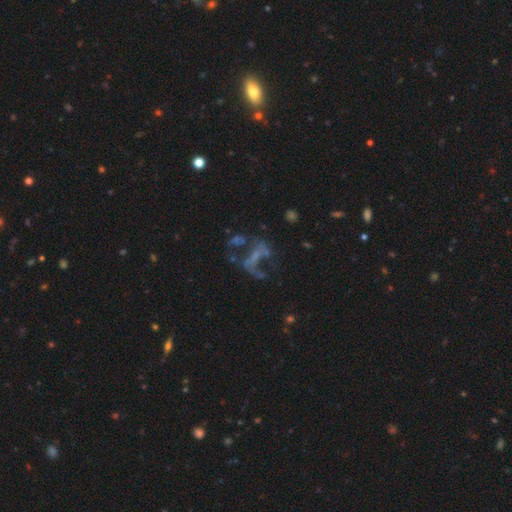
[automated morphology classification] A featured or disk galaxy (58%) with no bar (60%), no spiral arms (59%) and no central bulge (66%). Merging: major disturbance (38%).